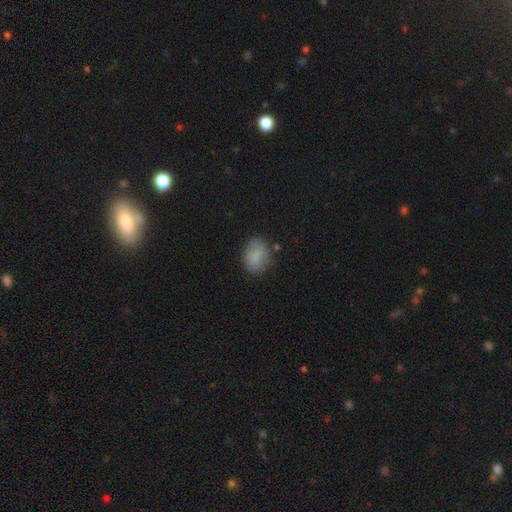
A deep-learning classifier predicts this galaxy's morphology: A smooth galaxy with no disk features (84%) that is in between round and cigar-shaped (72%).

Vote fractions:
- Smooth or featured? smooth: 84% / featured or disk: 8% / star or artifact: 8%
- How rounded? in between: 72% / round: 27% / cigar-shaped: 1%
- Merging? none: 77% / minor disturbance: 17% / major disturbance: 4% / merger: 2%